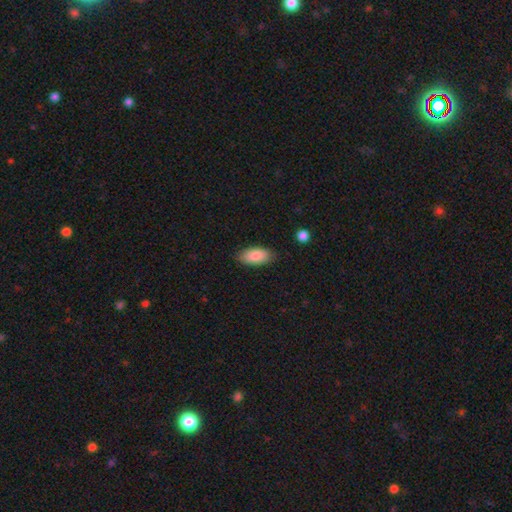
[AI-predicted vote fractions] smooth_or_featured: smooth (p=0.86) [alt: featured or disk p=0.08]
how_rounded: in between (p=0.91) [alt: cigar-shaped p=0.07]
merging: none (p=0.82) [alt: minor disturbance p=0.14]